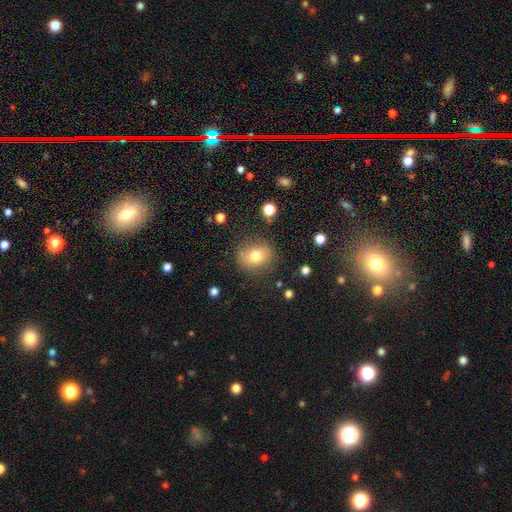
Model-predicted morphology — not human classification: Smooth or featured?
  - smooth: 74% *
  - featured or disk: 14%
  - star or artifact: 12%
How rounded?
  - round: 63% *
  - in between: 35%
  - cigar-shaped: 1%
Merging?
  - none: 80% *
  - minor disturbance: 13%
  - major disturbance: 5%
  - merger: 2%